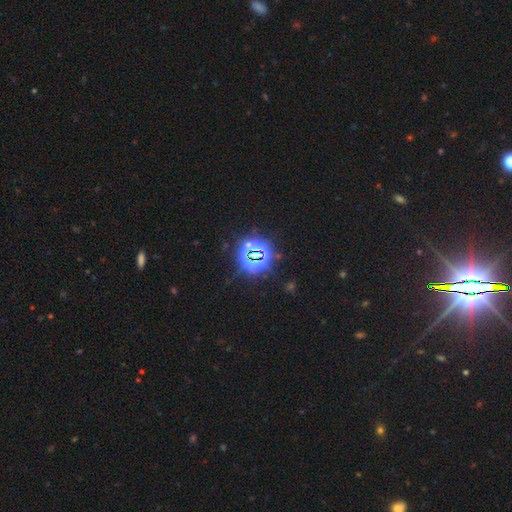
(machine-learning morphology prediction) Smooth or featured?
  - star or artifact: 79% *
  - smooth: 13%
  - featured or disk: 8%